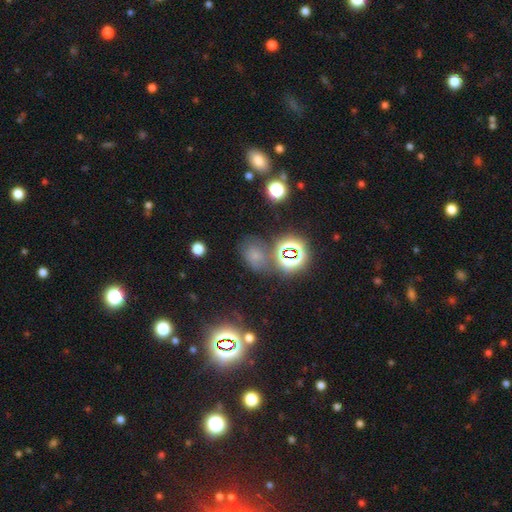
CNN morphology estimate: This appears to be a smooth galaxy with no disk features (49%). Merging: none (60%).